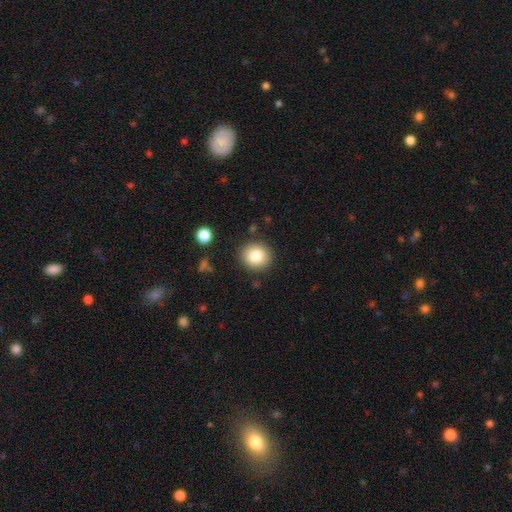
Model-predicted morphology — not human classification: smooth-or-featured: smooth: 82% | star or artifact: 10% | featured or disk: 8%
  how-rounded: round: 88% | in between: 11% | cigar-shaped: 1%
  merging: none: 89% | minor disturbance: 7% | major disturbance: 2% | merger: 2%